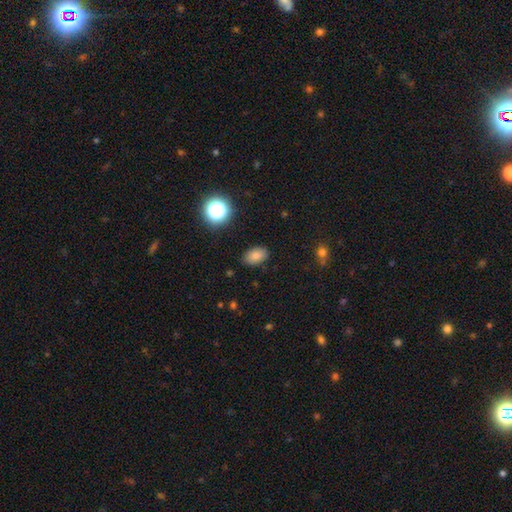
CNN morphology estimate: Smooth or featured? smooth (81%)
How rounded? in between (85%)
Merging? none (85%)